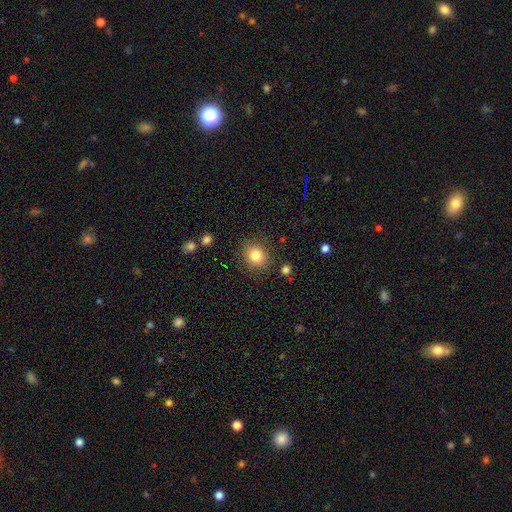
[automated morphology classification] Q: Smooth or featured?
A: smooth (83%); runner-up: star or artifact (10%)
Q: How rounded?
A: round (70%); runner-up: in between (30%)
Q: Merging?
A: none (85%); runner-up: minor disturbance (10%)